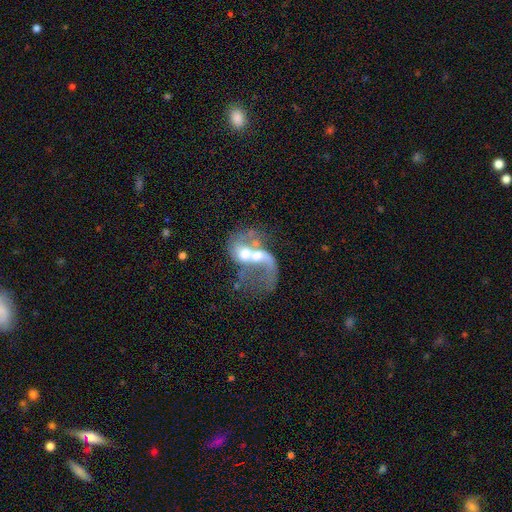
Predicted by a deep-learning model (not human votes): This appears to be a featured or disk galaxy (73%) with no bar (60%), 1 (43%, tied with 2) loose (77%) spiral arms (70%) and a moderate central bulge (57%). Merging: merger (58%).